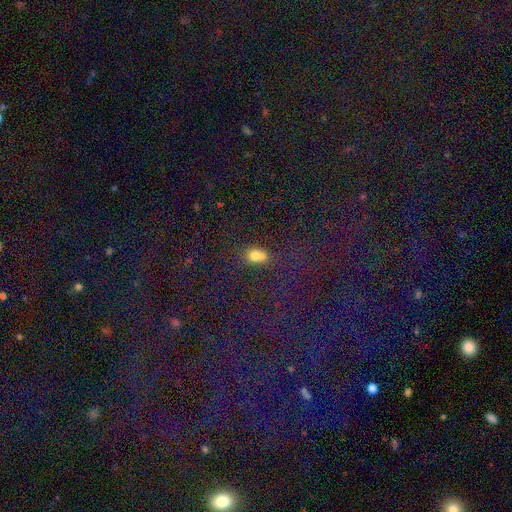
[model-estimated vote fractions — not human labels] Smooth or featured: smooth — 71% (star or artifact — 16%)
How rounded: in between — 51% (round — 46%)
Merging: merger — 43% (none — 37%)